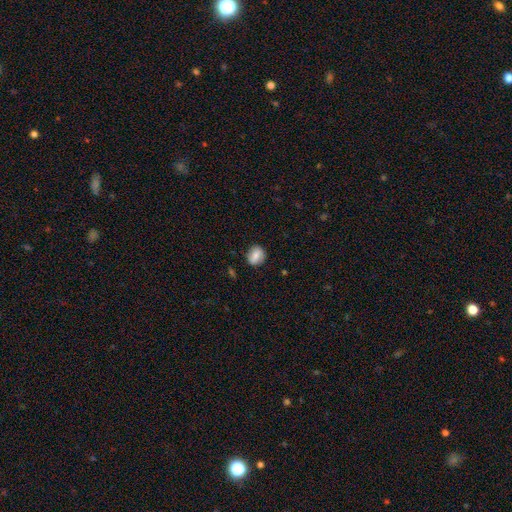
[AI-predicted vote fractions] A smooth galaxy with no disk features (76%) that is round (64%).

Vote fractions:
- Smooth or featured? smooth: 76% / featured or disk: 15% / star or artifact: 8%
- How rounded? round: 64% / in between: 35% / cigar-shaped: 1%
- Merging? none: 83% / minor disturbance: 12% / major disturbance: 3% / merger: 1%